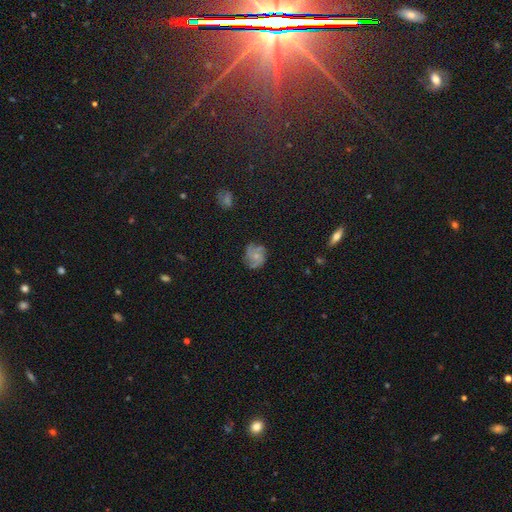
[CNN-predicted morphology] smooth-or-featured: featured or disk: 67% | smooth: 23% | star or artifact: 10%
  disk-edge-on: no: 98% | yes: 2%
    bar: no: 78% | weak: 19% | strong: 3%
    has-spiral-arms: yes: 92% | no: 8%
      spiral-winding: medium: 48% | tight: 33% | loose: 18%
      spiral-arm-count: 3: 48% | 2: 17% | can't tell: 14% | 4: 10% | 1: 5% | more than 4: 5%
    bulge-size: small: 65% | moderate: 25% | none: 8% | large: 1% | dominant: 1%
  merging: none: 70% | minor disturbance: 20% | major disturbance: 8% | merger: 2%